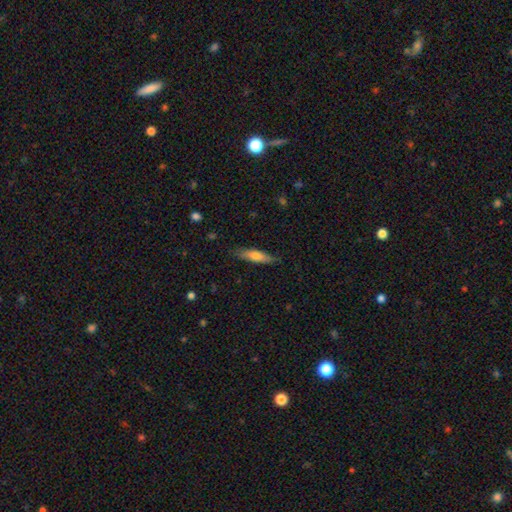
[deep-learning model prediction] Smooth or featured: smooth — 67% (featured or disk — 27%)
How rounded: cigar-shaped — 78% (in between — 20%)
Merging: none — 85% (minor disturbance — 12%)